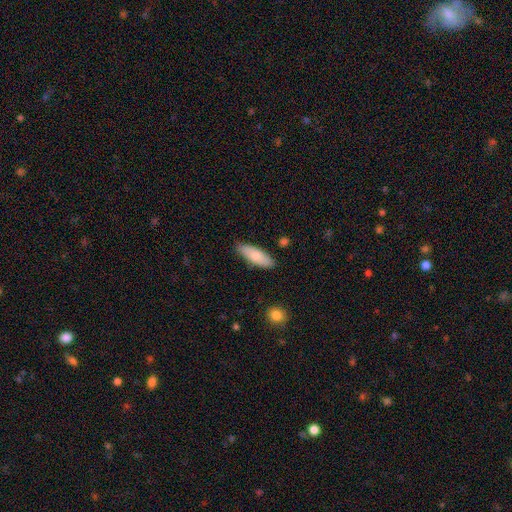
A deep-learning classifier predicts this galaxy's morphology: smooth_or_featured: smooth (p=0.82) [alt: featured or disk p=0.12]
how_rounded: in between (p=0.64) [alt: cigar-shaped p=0.35]
merging: none (p=0.82) [alt: minor disturbance p=0.14]